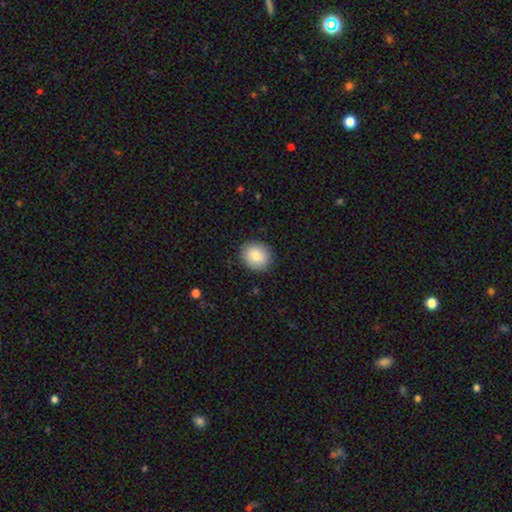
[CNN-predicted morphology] type=smooth (83%); roundness=round (75%); merging=none (88%).